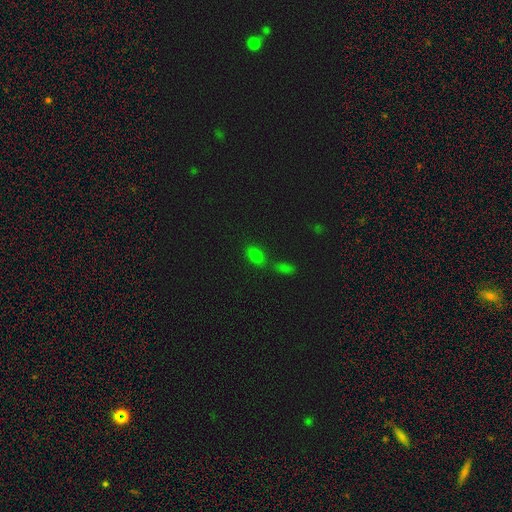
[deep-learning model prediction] Smooth or featured? Predicted: smooth (p=0.73). How rounded? Predicted: in between (p=0.81). Merging? Predicted: none (p=0.54).